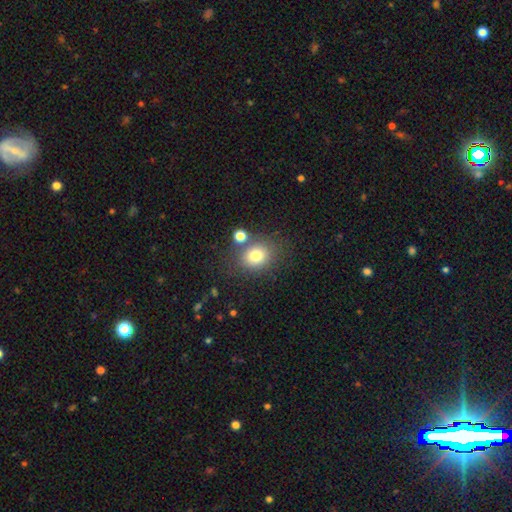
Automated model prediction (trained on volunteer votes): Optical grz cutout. It shows a smooth galaxy with no disk features (77%) that is round (59%). Merging: none (69%).